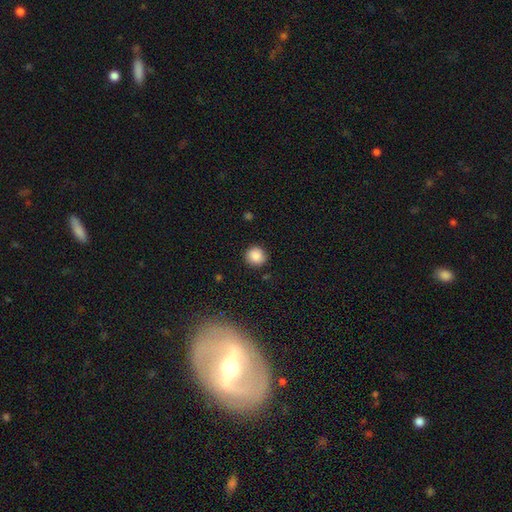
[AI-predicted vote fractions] A smooth galaxy with no disk features (87%) that is round (90%).

Vote fractions:
- Smooth or featured? smooth: 87% / star or artifact: 9% / featured or disk: 4%
- How rounded? round: 90% / in between: 9% / cigar-shaped: 1%
- Merging? none: 88% / minor disturbance: 8% / major disturbance: 2% / merger: 1%